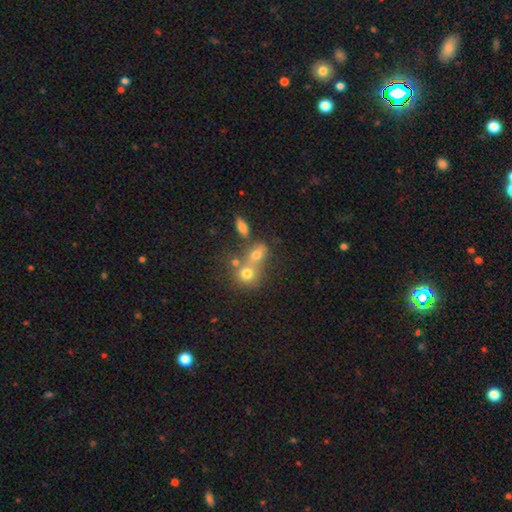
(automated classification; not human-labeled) Smooth or featured? Predicted: smooth (p=0.60). How rounded? Predicted: round (p=0.63). Merging? Predicted: merger (p=0.56).